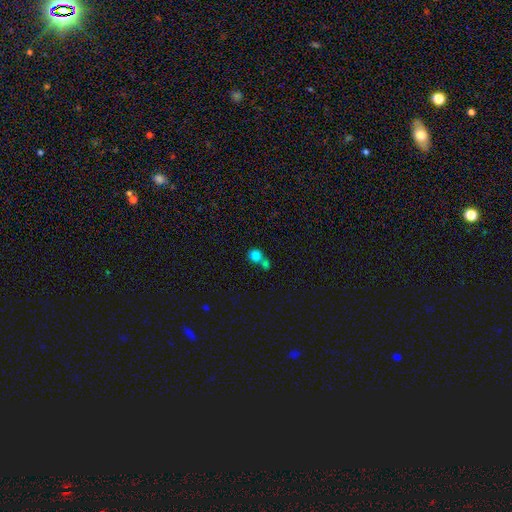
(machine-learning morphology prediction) Smooth or featured? smooth (82%)
How rounded? round (87%)
Merging? merger (48%)